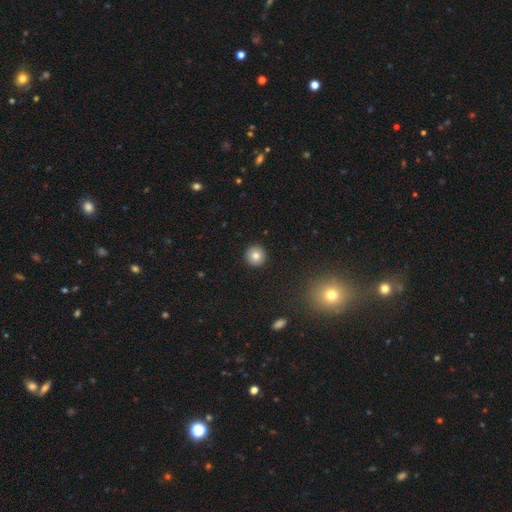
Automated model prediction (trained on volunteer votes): Q: Smooth or featured?
A: smooth (81%); runner-up: star or artifact (10%)
Q: How rounded?
A: round (95%); runner-up: in between (4%)
Q: Merging?
A: none (93%); runner-up: minor disturbance (5%)